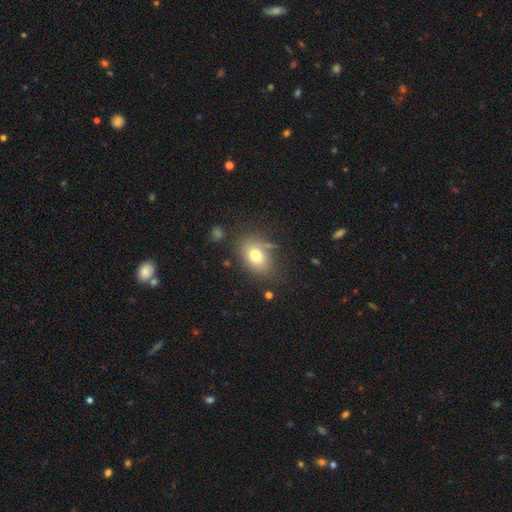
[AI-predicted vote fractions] This is likely a smooth galaxy (73%). How rounded: likely in between (74%). Merging: likely none (70%).